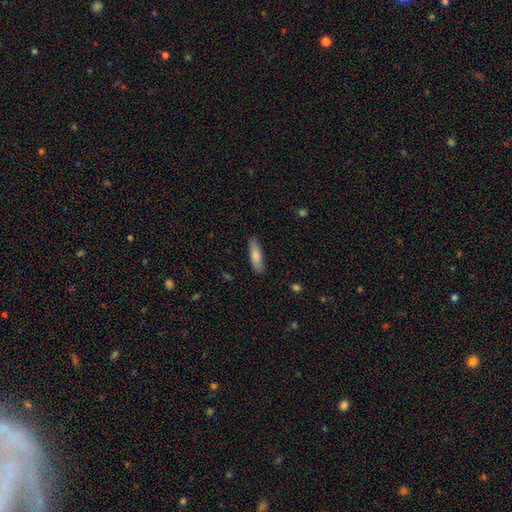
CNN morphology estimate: smooth-or-featured: smooth: 82% | featured or disk: 12% | star or artifact: 6%
  how-rounded: cigar-shaped: 59% | in between: 40% | round: 2%
  merging: none: 87% | minor disturbance: 10% | major disturbance: 2% | merger: 1%